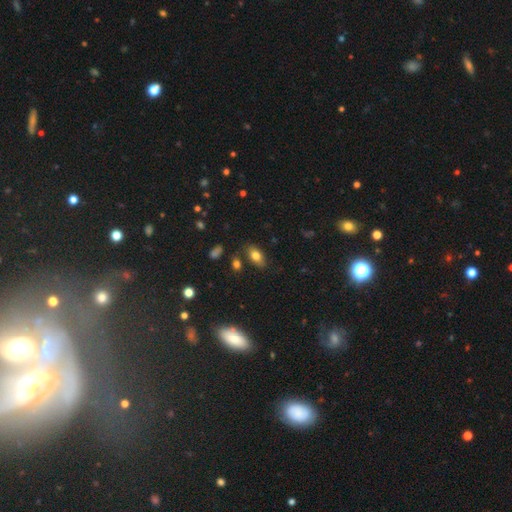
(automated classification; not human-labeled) A smooth galaxy with no disk features (77%) that is in between round and cigar-shaped (88%).

Vote fractions:
- Smooth or featured? smooth: 77% / featured or disk: 14% / star or artifact: 9%
- How rounded? in between: 88% / round: 7% / cigar-shaped: 5%
- Merging? none: 79% / minor disturbance: 14% / merger: 4% / major disturbance: 3%